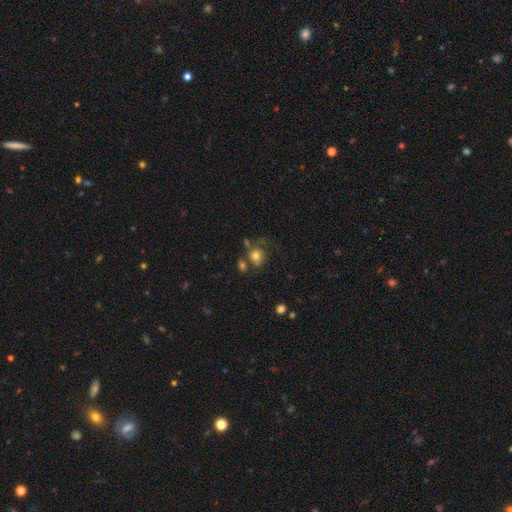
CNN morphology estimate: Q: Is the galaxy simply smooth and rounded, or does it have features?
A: smooth — 71%.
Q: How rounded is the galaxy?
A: round — 71%.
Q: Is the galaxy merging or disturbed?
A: none — 44%.